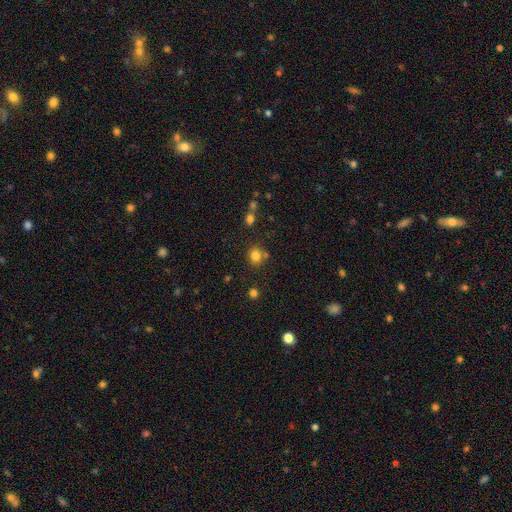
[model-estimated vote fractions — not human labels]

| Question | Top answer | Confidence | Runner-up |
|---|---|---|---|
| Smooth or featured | smooth | 80% | star or artifact (13%) |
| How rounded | round | 73% | in between (26%) |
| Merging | none | 73% | merger (12%) |